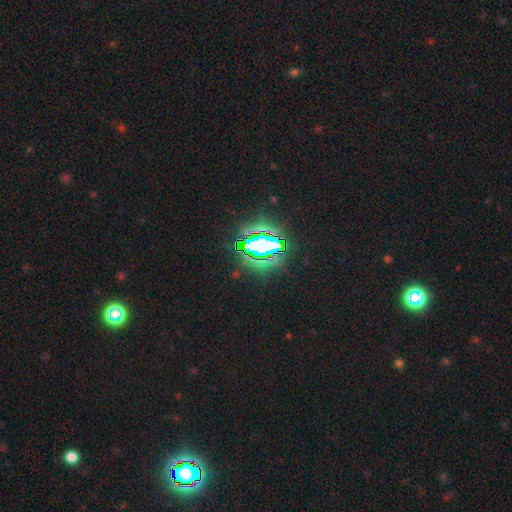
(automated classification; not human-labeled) The model was most divided on "smooth or featured": star or artifact: 84%, smooth: 10%, featured or disk: 6%.